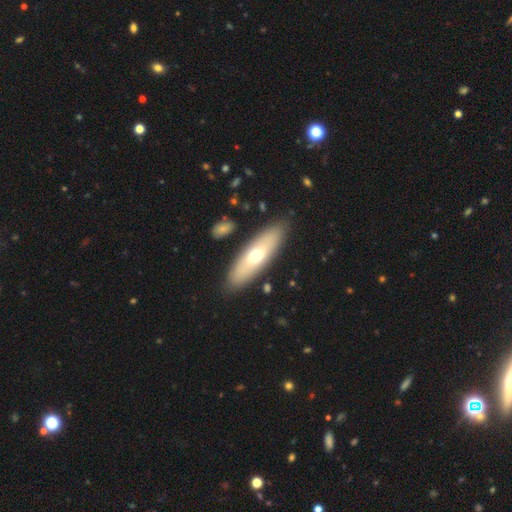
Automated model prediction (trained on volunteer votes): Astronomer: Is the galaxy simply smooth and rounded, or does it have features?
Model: smooth — 58% (runner-up: featured or disk, 36%).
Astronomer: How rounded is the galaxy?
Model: in between — 50% (runner-up: cigar-shaped, 48%).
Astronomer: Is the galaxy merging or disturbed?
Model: none — 87%.